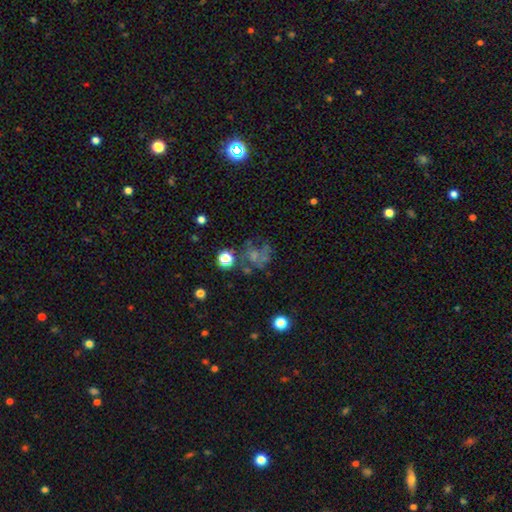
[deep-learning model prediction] Smooth or featured? featured or disk (38%)
Merging? none (41%)